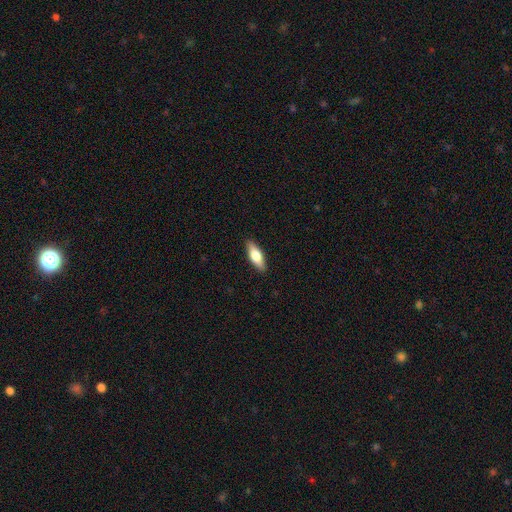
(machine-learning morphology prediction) Q: Smooth or featured?
A: smooth (66%); runner-up: featured or disk (28%)
Q: How rounded?
A: in between (61%); runner-up: cigar-shaped (36%)
Q: Merging?
A: none (89%); runner-up: minor disturbance (8%)